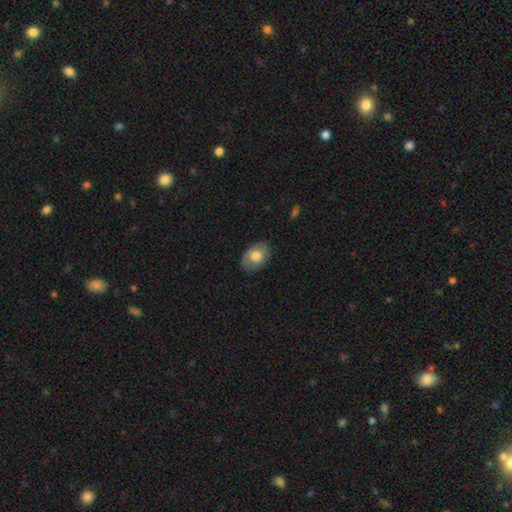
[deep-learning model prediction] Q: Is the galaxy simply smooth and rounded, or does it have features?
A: smooth — 72%.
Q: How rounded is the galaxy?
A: in between — 82%.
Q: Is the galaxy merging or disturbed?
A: none — 80%.